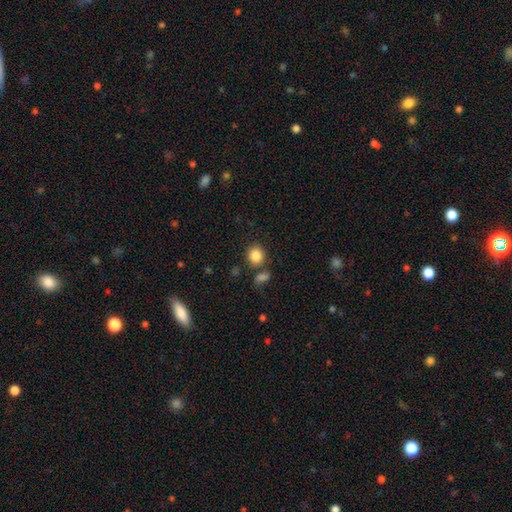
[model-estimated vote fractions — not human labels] smooth_or_featured: smooth (p=0.86) [alt: star or artifact p=0.10]
how_rounded: round (p=0.76) [alt: in between p=0.23]
merging: none (p=0.75) [alt: merger p=0.12]